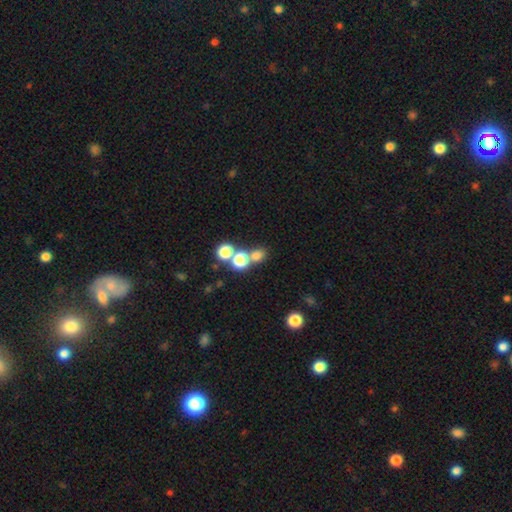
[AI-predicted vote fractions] The model was most divided on "merging": none: 53%, merger: 34%, minor disturbance: 8%, major disturbance: 5%. More confident: how rounded — round (75%); smooth or featured — smooth (70%).